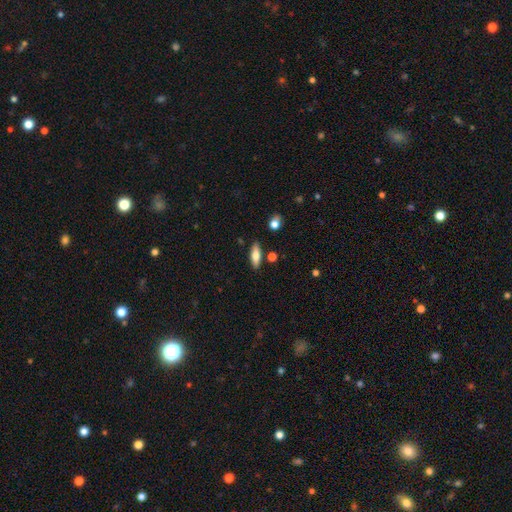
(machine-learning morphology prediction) smooth_or_featured: smooth (p=0.71) [alt: featured or disk p=0.22]
how_rounded: in between (p=0.64) [alt: cigar-shaped p=0.33]
merging: none (p=0.84) [alt: minor disturbance p=0.10]